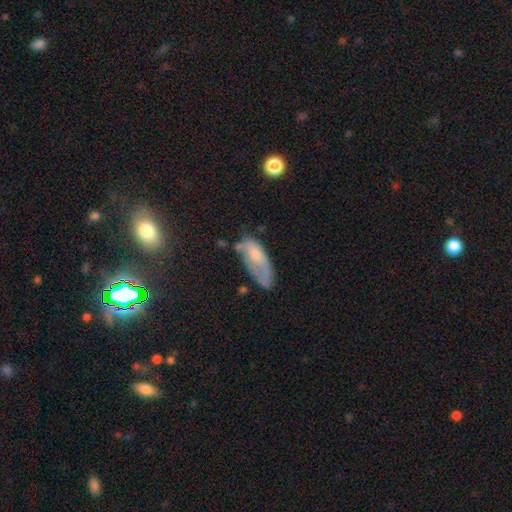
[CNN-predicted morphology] This appears to be a smooth galaxy with no disk features (57%) that is in between round and cigar-shaped (79%). Merging: none (36%).